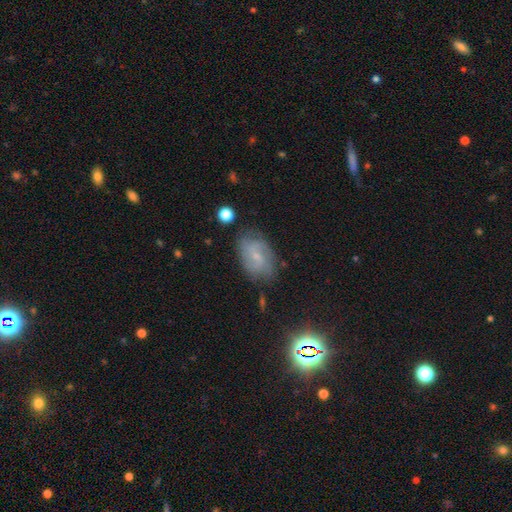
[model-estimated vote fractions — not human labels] Smooth or featured?
  - featured or disk: 60% *
  - smooth: 28%
  - star or artifact: 12%
Edge-on disk?
  - no: 96% *
  - yes: 4%
Bar?
  - no: 51% *
  - weak: 42%
  - strong: 7%
Spiral arms?
  - yes: 84% *
  - no: 16%
Bulge size?
  - small: 73% *
  - moderate: 18%
  - none: 7%
  - large: 1%
  - dominant: 1%
Merging?
  - none: 70% *
  - minor disturbance: 21%
  - major disturbance: 7%
  - merger: 2%